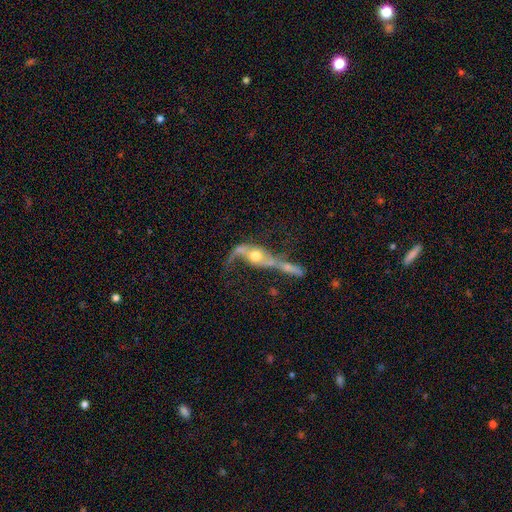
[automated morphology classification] This appears to be a featured or disk galaxy (68%) with no bar (74%), spiral arms (64%) and a moderate central bulge (60%). Merging: merger (54%).